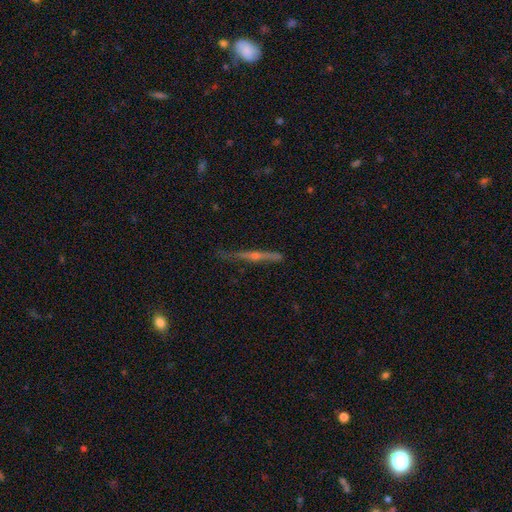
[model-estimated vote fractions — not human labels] This appears to be a featured or disk galaxy (66%) viewed edge-on (92%) with a rounded central bulge (76%). Merging: none (80%).